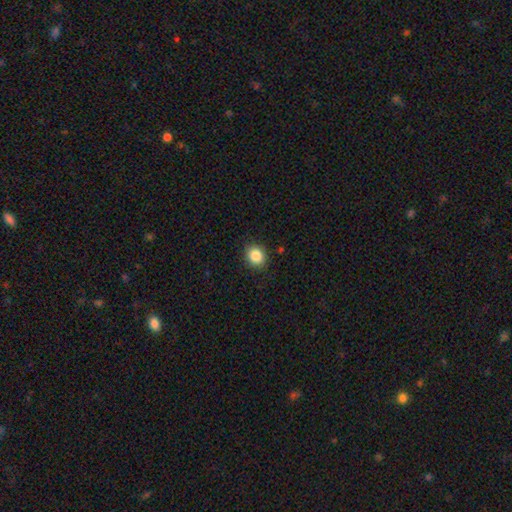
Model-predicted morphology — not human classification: smooth_or_featured: smooth (p=0.86) [alt: star or artifact p=0.10]
how_rounded: round (p=0.71) [alt: in between p=0.28]
merging: none (p=0.89) [alt: minor disturbance p=0.08]